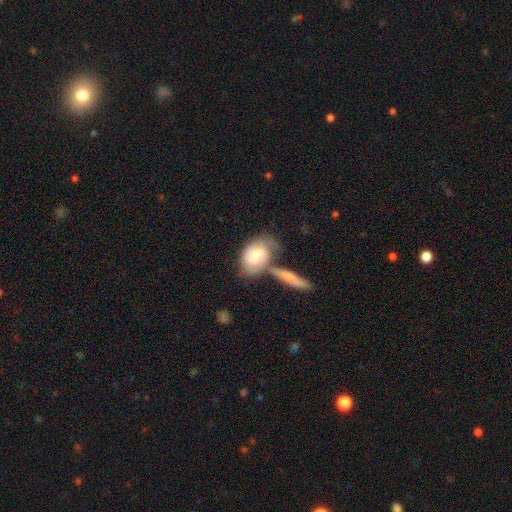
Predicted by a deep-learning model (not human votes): Smooth or featured: smooth — 51% (featured or disk — 43%)
How rounded: in between — 78% (round — 17%)
Merging: merger — 38% (none — 35%)